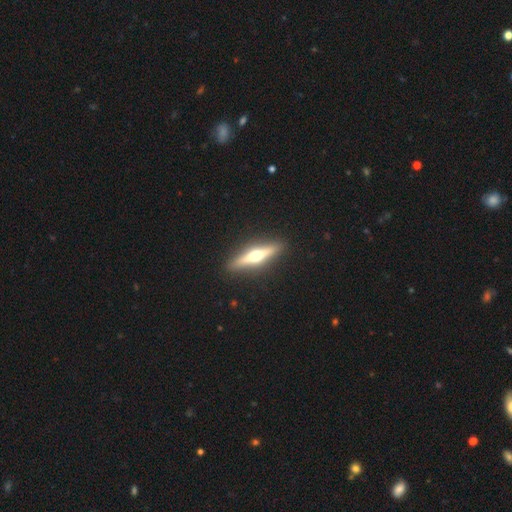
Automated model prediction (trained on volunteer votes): Smooth or featured? featured or disk (68%)
Edge-on disk? yes (96%)
Edge-on bulge? rounded (95%)
Merging? none (91%)